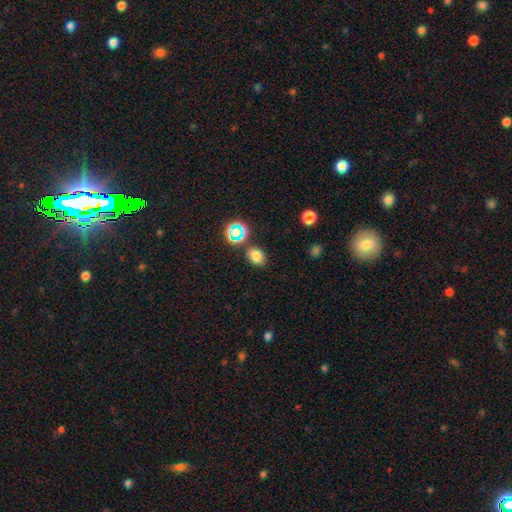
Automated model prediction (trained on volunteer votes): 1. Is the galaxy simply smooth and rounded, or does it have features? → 74% smooth, 19% star or artifact, 7% featured or disk.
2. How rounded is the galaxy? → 57% in between, 42% round, 1% cigar-shaped.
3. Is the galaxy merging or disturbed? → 79% none, 11% minor disturbance, 6% merger, 3% major disturbance.